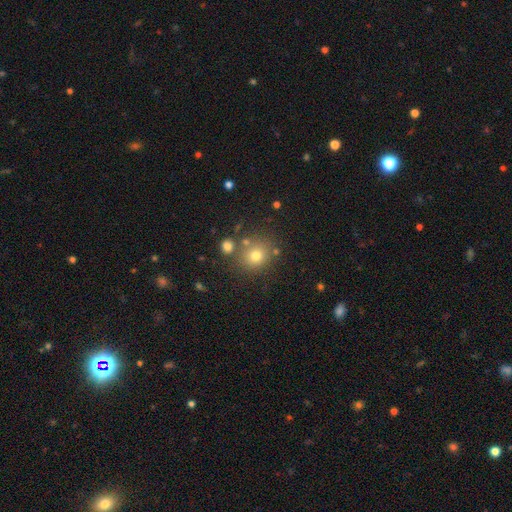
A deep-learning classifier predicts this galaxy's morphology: Smooth or featured? smooth (73%)
How rounded? round (84%)
Merging? none (75%)